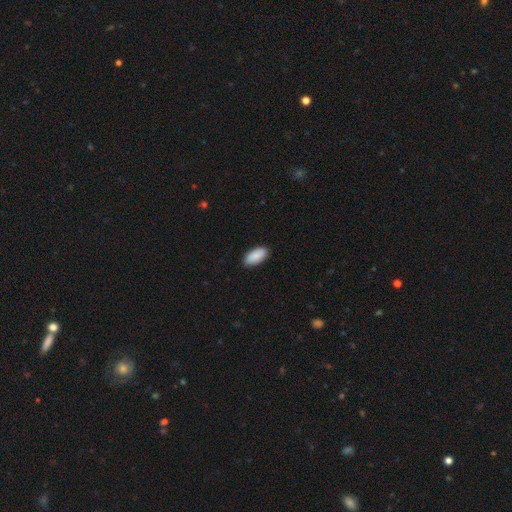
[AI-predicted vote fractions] Q: Smooth or featured?
A: smooth (90%); runner-up: star or artifact (6%)
Q: How rounded?
A: in between (94%); runner-up: cigar-shaped (4%)
Q: Merging?
A: none (89%); runner-up: minor disturbance (8%)